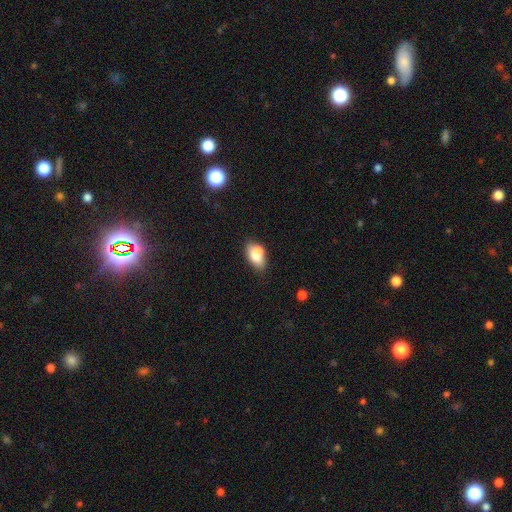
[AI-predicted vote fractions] Smooth or featured? smooth (71%)
How rounded? in between (86%)
Merging? none (39%)